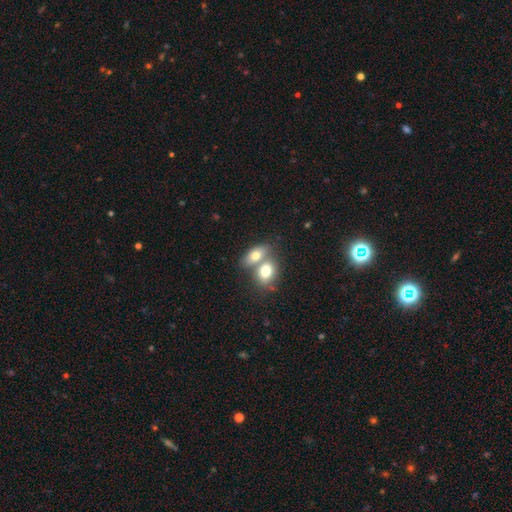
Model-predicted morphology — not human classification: Smooth or featured? Predicted: smooth (p=0.75). How rounded? Predicted: in between (p=0.80). Merging? Predicted: merger (p=0.61).